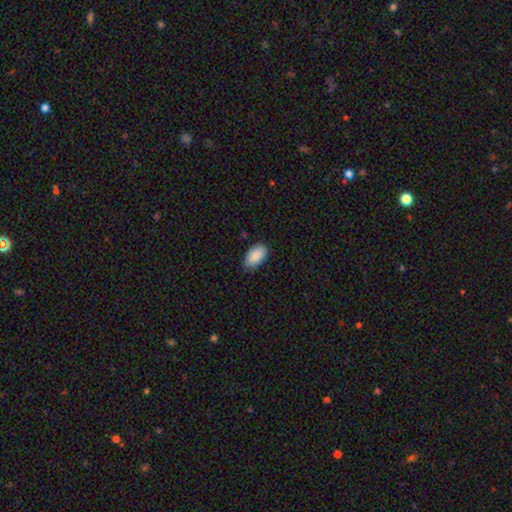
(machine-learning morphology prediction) smooth_or_featured: smooth (p=0.90) [alt: star or artifact p=0.06]
how_rounded: in between (p=0.95) [alt: round p=0.03]
merging: none (p=0.83) [alt: minor disturbance p=0.14]